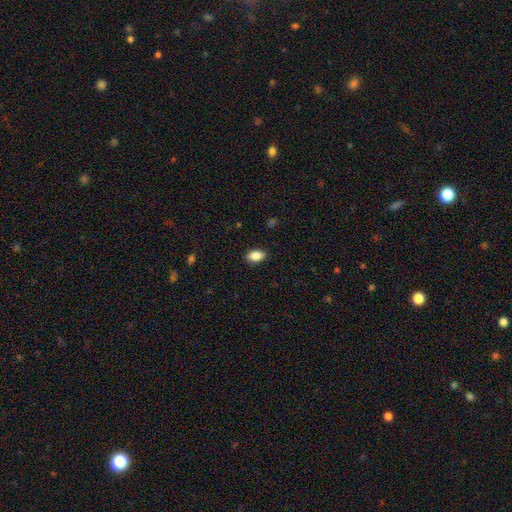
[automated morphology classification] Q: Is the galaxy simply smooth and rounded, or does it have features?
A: smooth — 87%.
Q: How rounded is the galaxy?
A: in between — 91%.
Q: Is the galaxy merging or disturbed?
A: none — 88%.